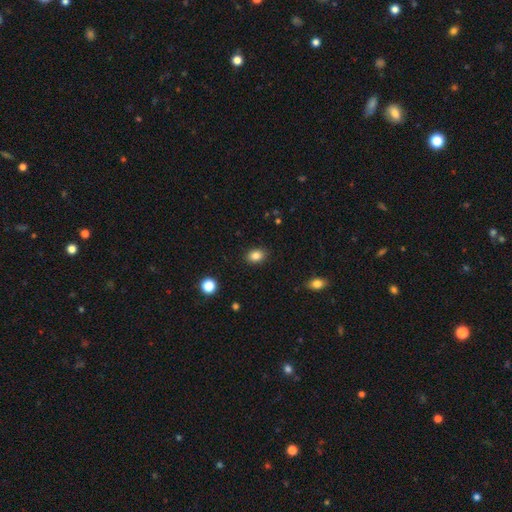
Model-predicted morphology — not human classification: smooth_or_featured: smooth (p=0.85) [alt: star or artifact p=0.10]
how_rounded: in between (p=0.65) [alt: round p=0.34]
merging: none (p=0.88) [alt: minor disturbance p=0.08]